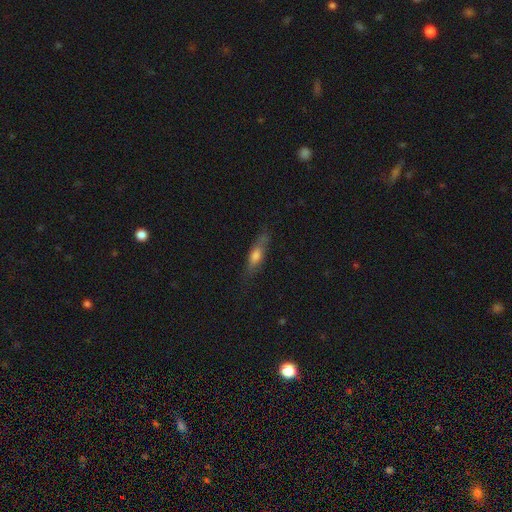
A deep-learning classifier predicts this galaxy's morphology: This is possibly a smooth galaxy (59%). How rounded: likely cigar-shaped (62%). Merging: likely none (75%).